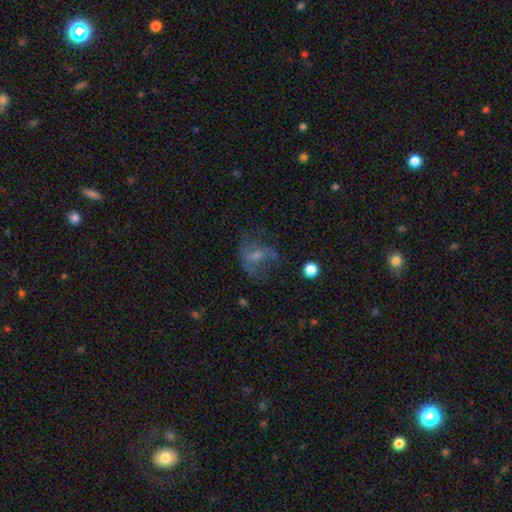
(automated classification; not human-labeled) featured or disk 46%, smooth 40%, star or artifact 15%. Down the decision tree: merging — none (38%).